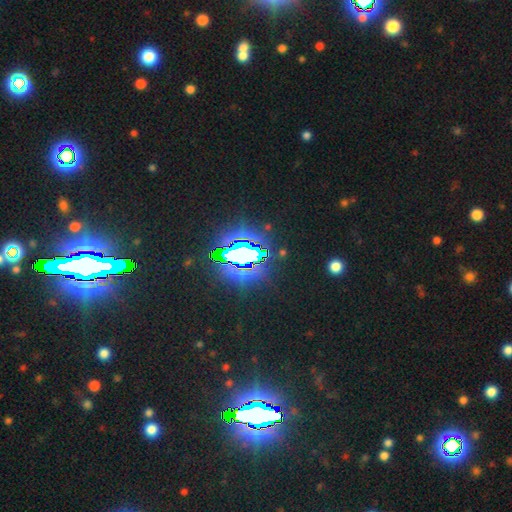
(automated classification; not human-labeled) Smooth or featured? star or artifact (85%)